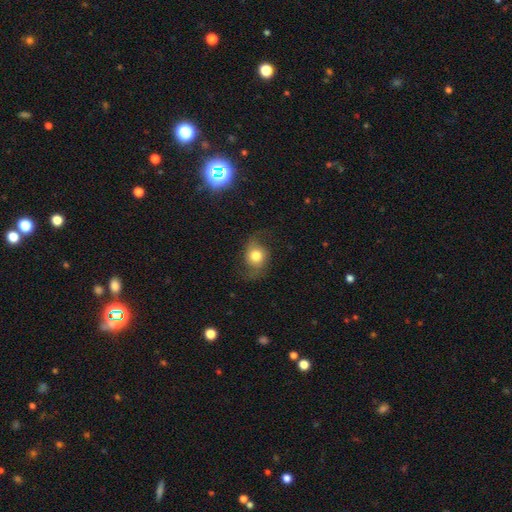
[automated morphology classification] Smooth or featured? smooth (52%)
How rounded? round (62%)
Merging? none (64%)